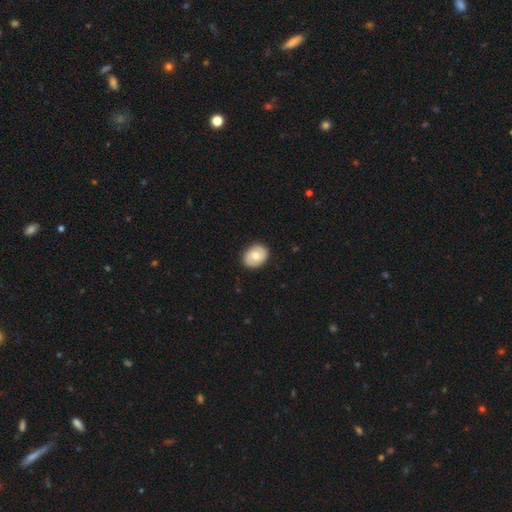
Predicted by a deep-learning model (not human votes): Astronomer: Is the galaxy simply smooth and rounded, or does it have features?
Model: smooth — 66%.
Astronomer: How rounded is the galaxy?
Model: in between — 60% (runner-up: round, 40%).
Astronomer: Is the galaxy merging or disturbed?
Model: none — 87%.